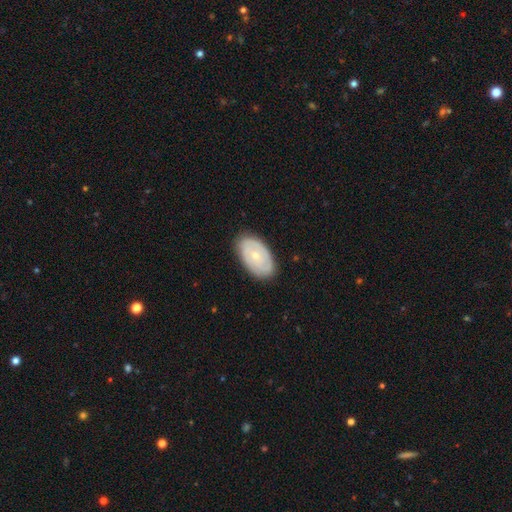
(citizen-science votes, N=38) Morphology: type=featured or disk (66%); edge-on=no (96%); bar=no (75%); spiral arms=yes (62%); winding=tight (80%); arm count=can't tell (40%); bulge=small (79%); merging=none (100%).